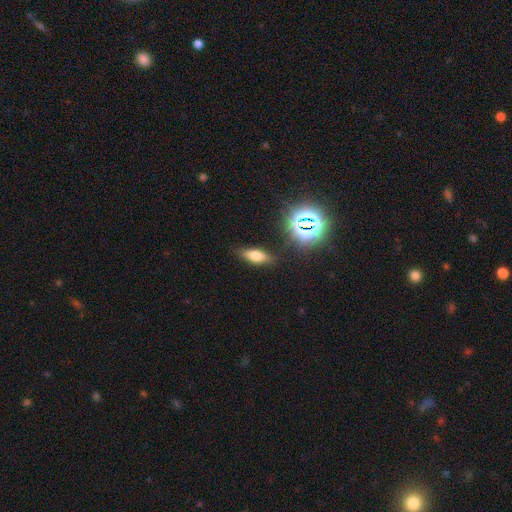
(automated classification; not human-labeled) Morphology: type=smooth (65%); roundness=in between (74%); merging=none (83%).